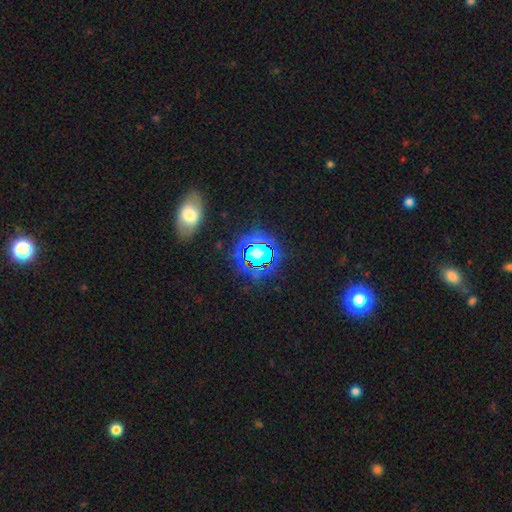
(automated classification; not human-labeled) Smooth or featured? Predicted: star or artifact (p=0.70).